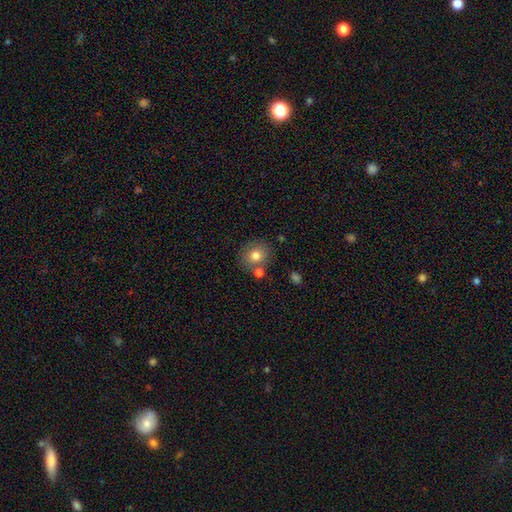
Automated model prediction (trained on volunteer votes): Smooth or featured: smooth — 76% (featured or disk — 13%)
How rounded: round — 77% (in between — 22%)
Merging: none — 70% (merger — 15%)